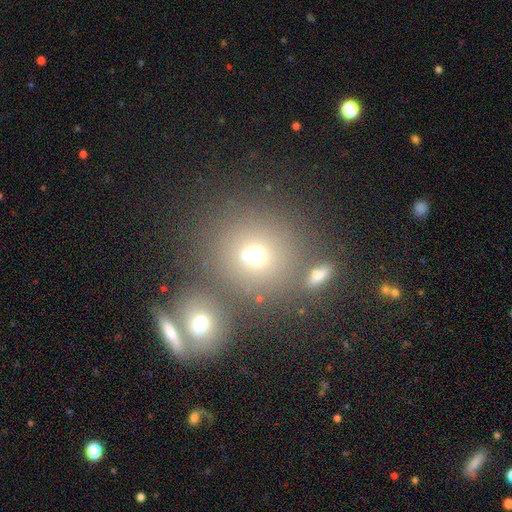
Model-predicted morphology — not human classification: Smooth or featured: smooth — 67% (star or artifact — 21%)
How rounded: round — 84% (in between — 15%)
Merging: none — 54% (merger — 32%)